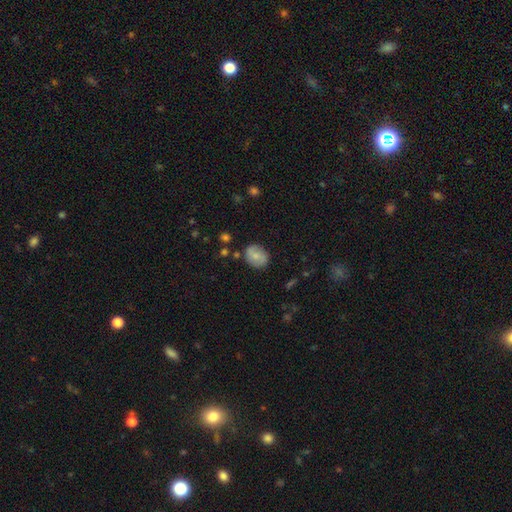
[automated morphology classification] smooth_or_featured: smooth (p=0.68) [alt: featured or disk p=0.24]
how_rounded: in between (p=0.50) [alt: round p=0.49]
merging: none (p=0.78) [alt: minor disturbance p=0.16]